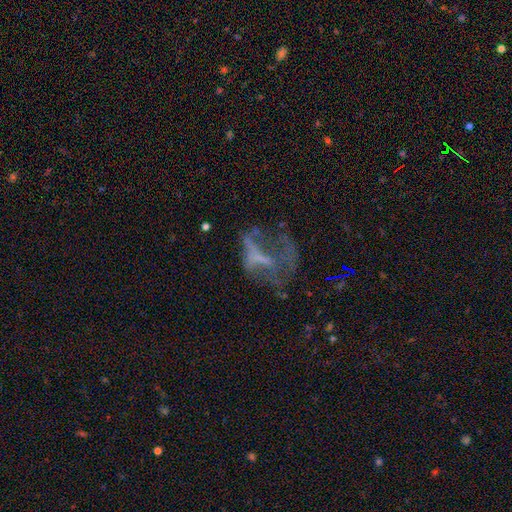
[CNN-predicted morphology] smooth_or_featured: featured or disk (p=0.54) [alt: smooth p=0.24]
disk_edge_on: no (p=0.95) [alt: yes p=0.05]
bar: no (p=0.73) [alt: weak p=0.17]
has_spiral_arms: no (p=0.85) [alt: yes p=0.15]
bulge_size: none (p=0.71) [alt: small p=0.15]
merging: major disturbance (p=0.49) [alt: none p=0.30]